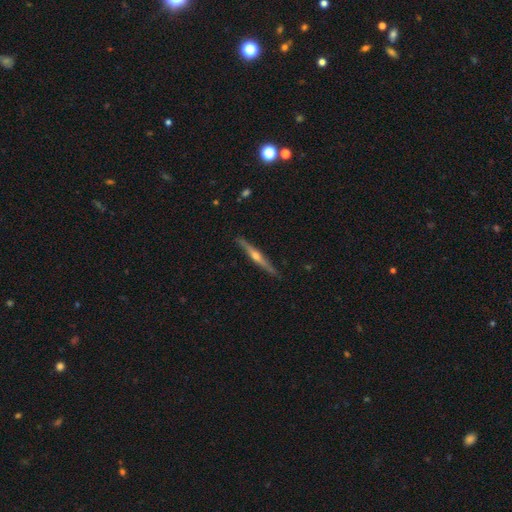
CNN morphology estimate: smooth_or_featured: featured or disk (p=0.78) [alt: smooth p=0.16]
disk_edge_on: yes (p=0.98) [alt: no p=0.02]
edge_on_bulge: rounded (p=0.89) [alt: none p=0.07]
merging: none (p=0.91) [alt: minor disturbance p=0.07]